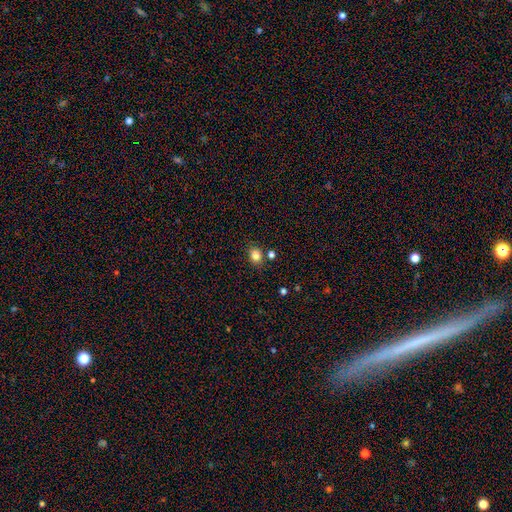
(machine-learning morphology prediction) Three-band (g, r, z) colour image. It shows a smooth galaxy with no disk features (82%) that is round (56%). Merging: none (79%).